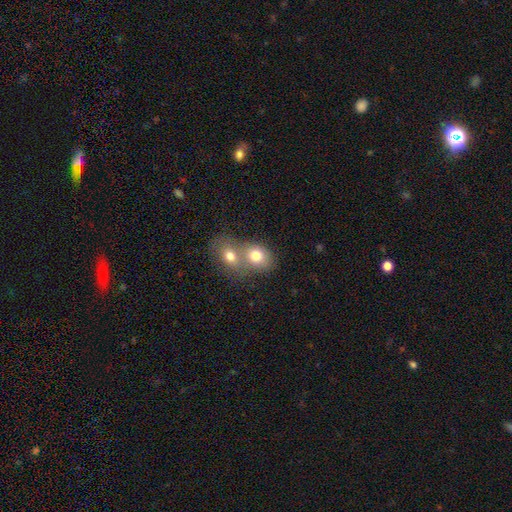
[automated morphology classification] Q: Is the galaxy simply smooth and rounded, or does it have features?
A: smooth — 76%.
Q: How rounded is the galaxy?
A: in between — 50%.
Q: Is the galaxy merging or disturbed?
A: merger — 65%.